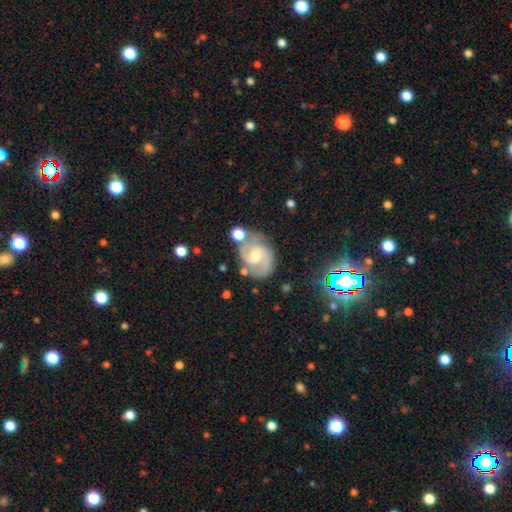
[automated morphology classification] The model was most divided on "bar": weak: 49%, no: 39%, strong: 12%. More confident: edge-on disk — no (98%); spiral arms — yes (96%); spiral arm count — 2 (87%); smooth or featured — featured or disk (83%); merging — none (67%); bulge size — moderate (58%); spiral winding — medium (57%).